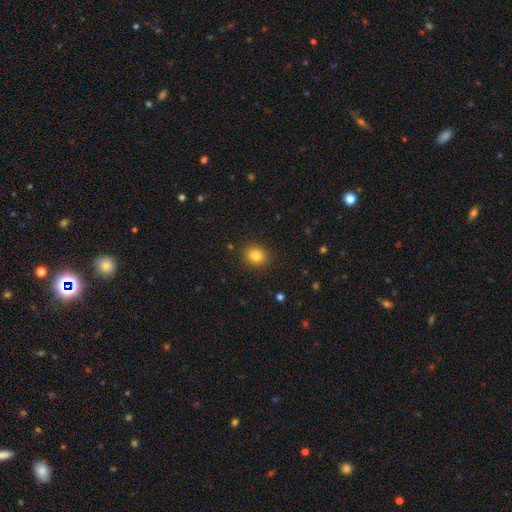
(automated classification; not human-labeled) smooth 83%, star or artifact 11%, featured or disk 6%. Down the decision tree: how rounded — round (68%); merging — none (90%).